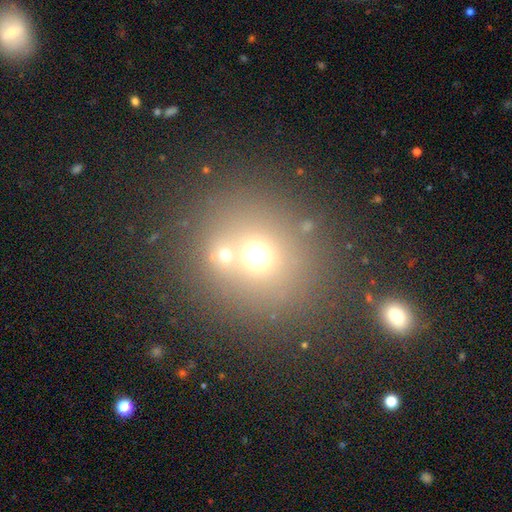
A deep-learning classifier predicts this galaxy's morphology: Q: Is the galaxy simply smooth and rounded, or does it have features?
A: smooth — 62%.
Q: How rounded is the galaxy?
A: round — 87%.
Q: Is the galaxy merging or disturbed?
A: none — 72%.